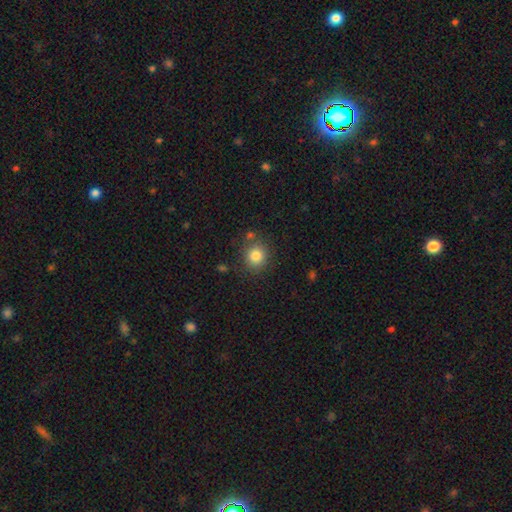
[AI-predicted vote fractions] Smooth or featured: smooth — 82% (star or artifact — 11%)
How rounded: round — 85% (in between — 14%)
Merging: none — 80% (minor disturbance — 11%)